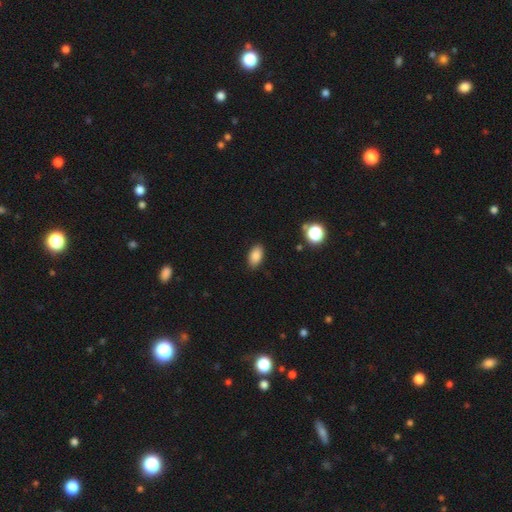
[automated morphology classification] Overall: smooth (86%). How rounded: in between (91%). Merging: none (87%).